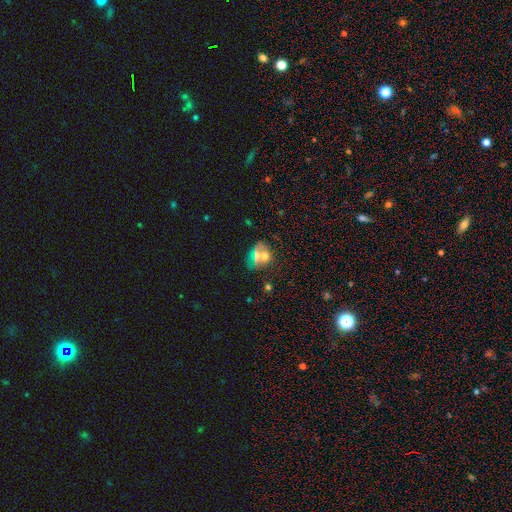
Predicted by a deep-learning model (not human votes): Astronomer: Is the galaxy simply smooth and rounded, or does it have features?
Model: smooth — 51% (runner-up: featured or disk, 30%).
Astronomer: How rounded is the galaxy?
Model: round — 49% (runner-up: in between, 46%).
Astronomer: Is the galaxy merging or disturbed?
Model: merger — 43% (runner-up: none, 40%).